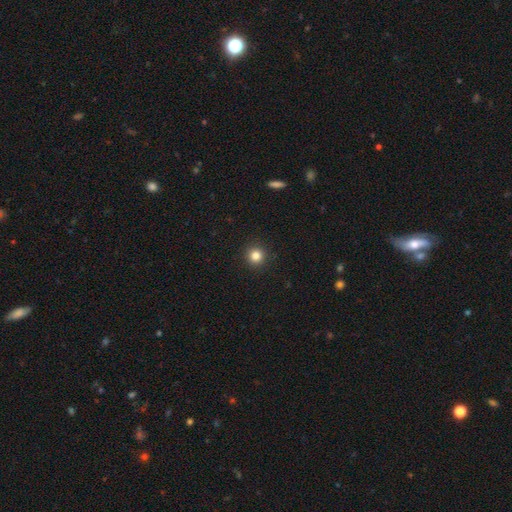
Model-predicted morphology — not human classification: This appears to be a smooth galaxy with no disk features (83%) that is round (95%). Merging: none (93%).